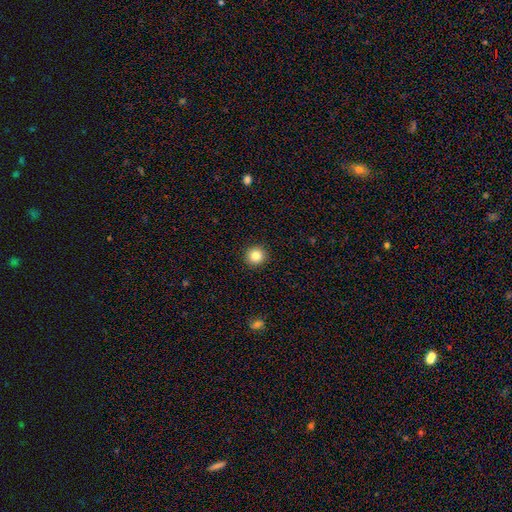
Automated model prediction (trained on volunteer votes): Smooth or featured?
  - smooth: 84% *
  - star or artifact: 11%
  - featured or disk: 6%
How rounded?
  - round: 93% *
  - in between: 6%
  - cigar-shaped: 1%
Merging?
  - none: 93% *
  - minor disturbance: 4%
  - major disturbance: 2%
  - merger: 1%